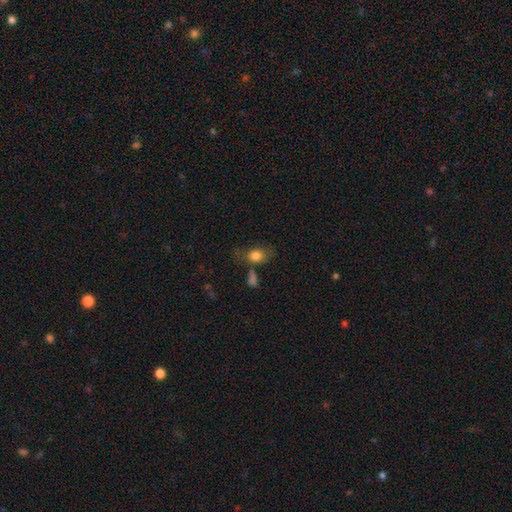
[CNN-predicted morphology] Smooth or featured? Predicted: smooth (p=0.80). How rounded? Predicted: in between (p=0.67). Merging? Predicted: none (p=0.53).